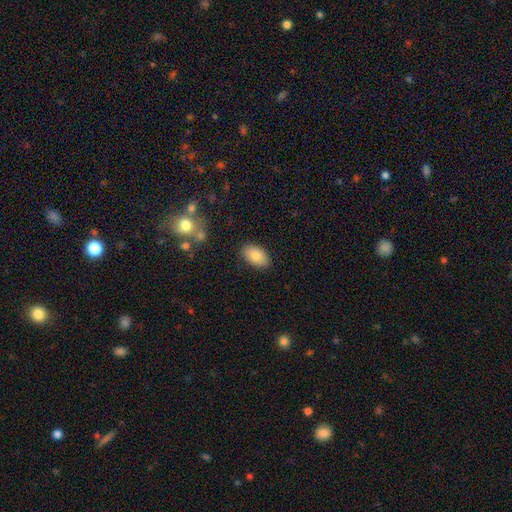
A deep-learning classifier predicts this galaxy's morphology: smooth_or_featured: smooth (p=0.84) [alt: featured or disk p=0.09]
how_rounded: in between (p=0.93) [alt: round p=0.05]
merging: none (p=0.85) [alt: minor disturbance p=0.11]